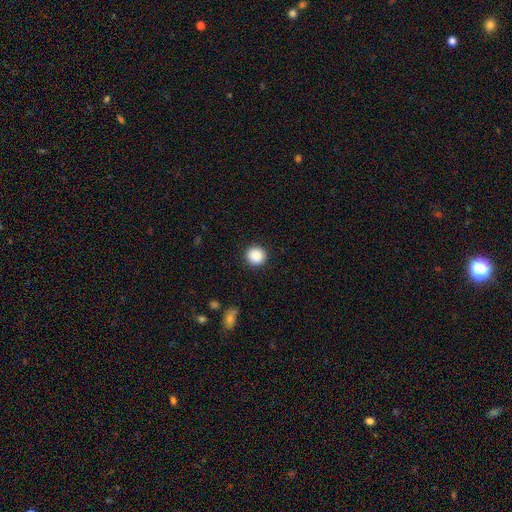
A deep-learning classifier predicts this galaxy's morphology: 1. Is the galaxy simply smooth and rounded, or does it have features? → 89% smooth, 9% star or artifact, 3% featured or disk.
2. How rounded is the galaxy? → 94% round, 5% in between, 1% cigar-shaped.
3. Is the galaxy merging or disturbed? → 92% none, 5% minor disturbance, 2% major disturbance, 1% merger.